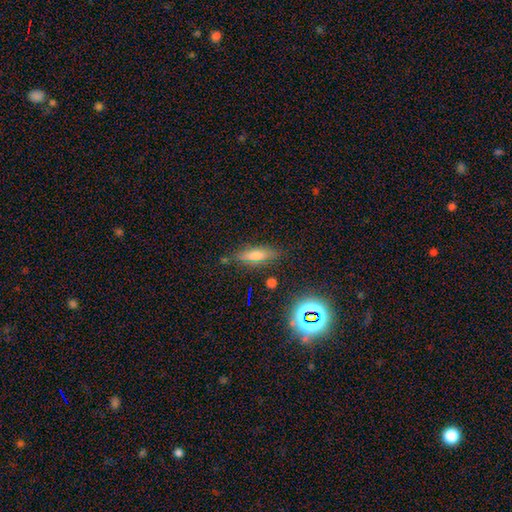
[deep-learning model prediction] smooth 56%, featured or disk 26%, star or artifact 18%. Down the decision tree: how rounded — in between (52%); merging — none (79%).